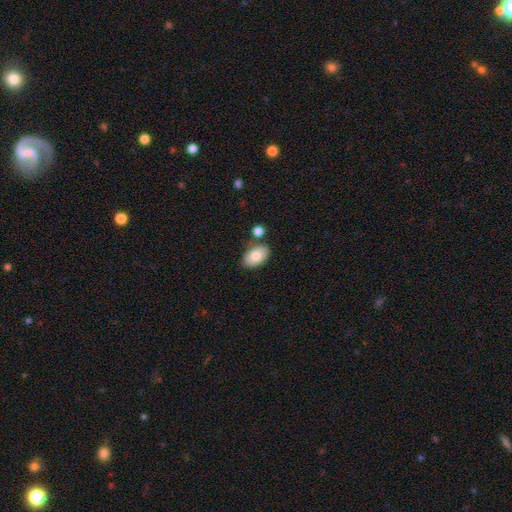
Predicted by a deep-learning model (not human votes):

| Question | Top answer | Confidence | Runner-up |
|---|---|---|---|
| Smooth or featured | smooth | 79% | featured or disk (14%) |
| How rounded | in between | 91% | round (7%) |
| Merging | none | 75% | minor disturbance (12%) |